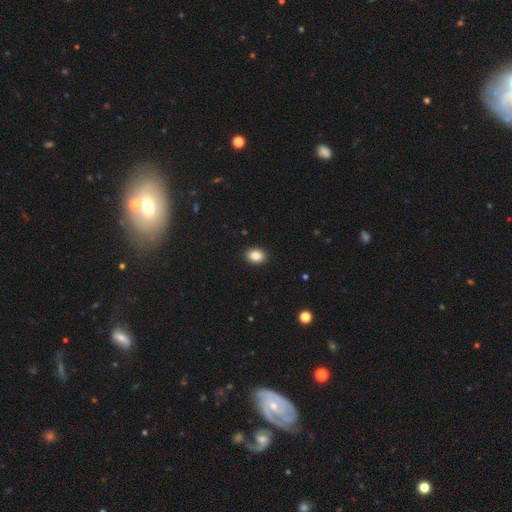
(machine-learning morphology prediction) This is clearly a smooth galaxy (87%). How rounded: likely in between (61%). Merging: clearly none (91%).